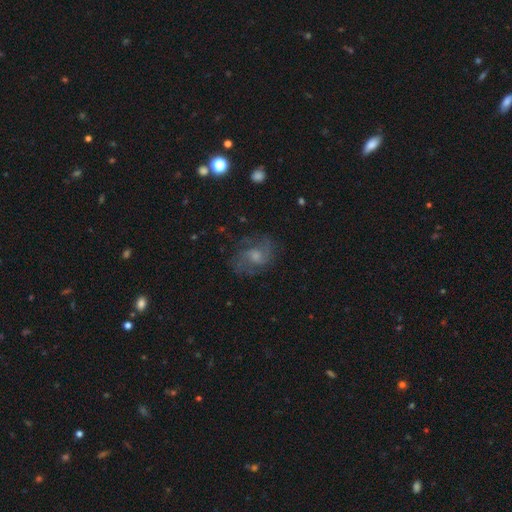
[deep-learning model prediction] Q: Smooth or featured?
A: featured or disk (72%); runner-up: smooth (18%)
Q: Edge-on disk?
A: no (97%); runner-up: yes (3%)
Q: Bar?
A: no (57%); runner-up: weak (38%)
Q: Spiral arms?
A: yes (89%); runner-up: no (11%)
Q: Spiral winding?
A: medium (50%); runner-up: loose (26%)
Q: Spiral arm count?
A: 2 (47%); runner-up: can't tell (23%)
Q: Bulge size?
A: small (42%); tied with: moderate (42%)
Q: Merging?
A: none (66%); runner-up: minor disturbance (19%)